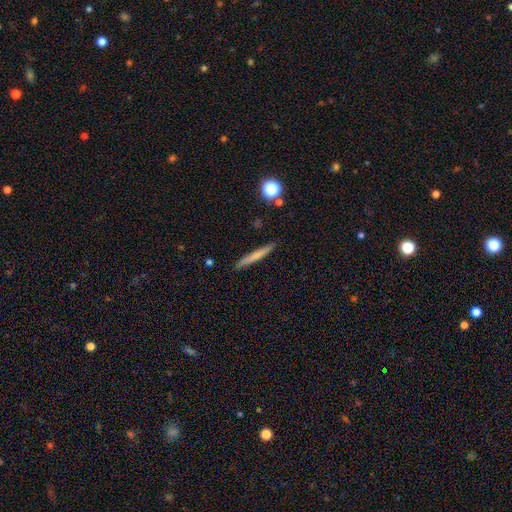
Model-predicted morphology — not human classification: type=smooth (63%); roundness=cigar-shaped (95%); merging=none (89%).